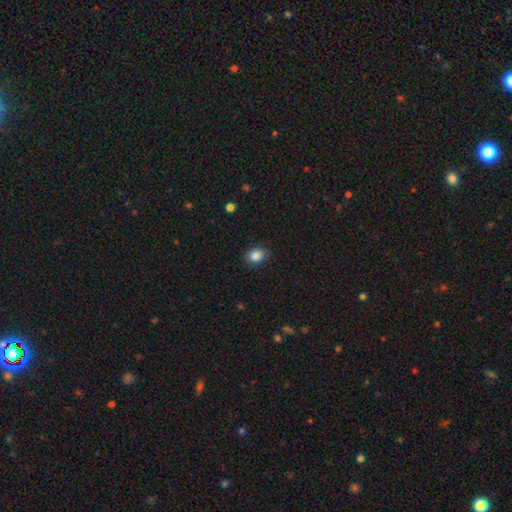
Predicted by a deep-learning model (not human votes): The model was most divided on "how rounded": in between: 61%, round: 38%, cigar-shaped: 1%. More confident: merging — none (87%); smooth or featured — smooth (86%).